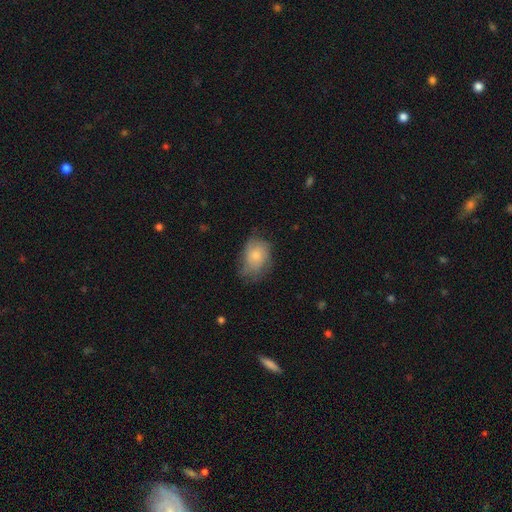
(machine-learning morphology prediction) smooth-or-featured: smooth: 70% | featured or disk: 23% | star or artifact: 8%
  how-rounded: in between: 70% | round: 29% | cigar-shaped: 1%
  merging: none: 47% | minor disturbance: 36% | major disturbance: 16% | merger: 2%